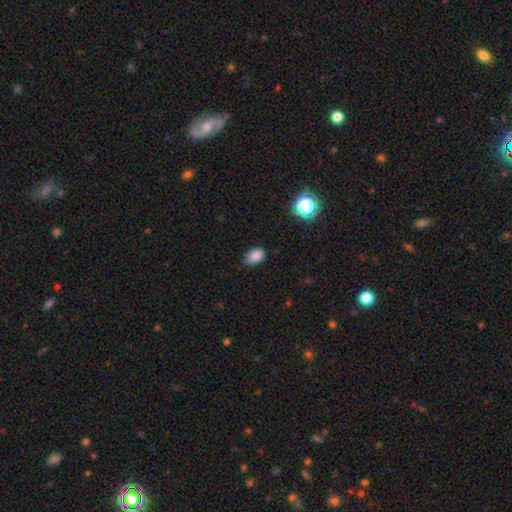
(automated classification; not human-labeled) This is clearly a smooth galaxy (85%). How rounded: clearly in between (86%). Merging: likely none (65%).